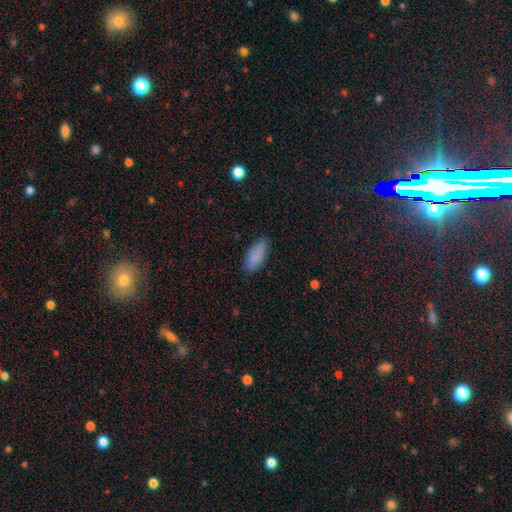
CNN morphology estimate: Overall: smooth (86%). How rounded: in between (80%). Merging: none (79%).